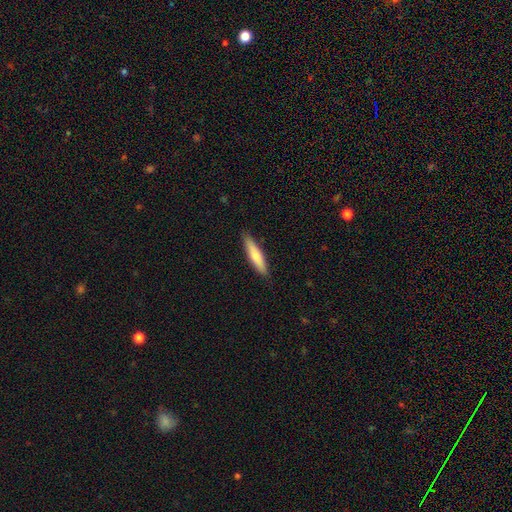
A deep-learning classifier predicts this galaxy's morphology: Smooth or featured? smooth (72%)
How rounded? cigar-shaped (83%)
Merging? none (87%)